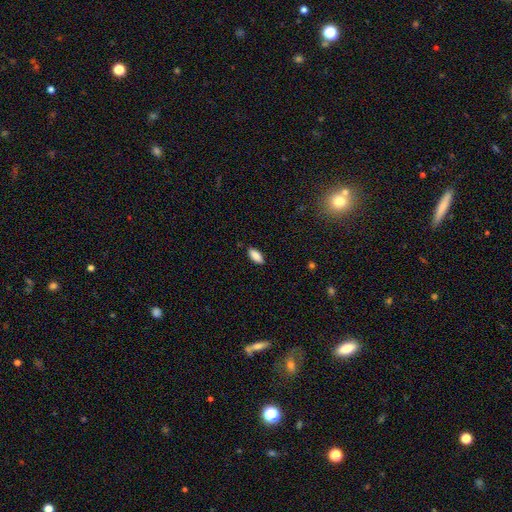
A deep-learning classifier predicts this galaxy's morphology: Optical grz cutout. It shows a smooth galaxy with no disk features (88%) that is in between round and cigar-shaped (84%). Merging: none (87%).